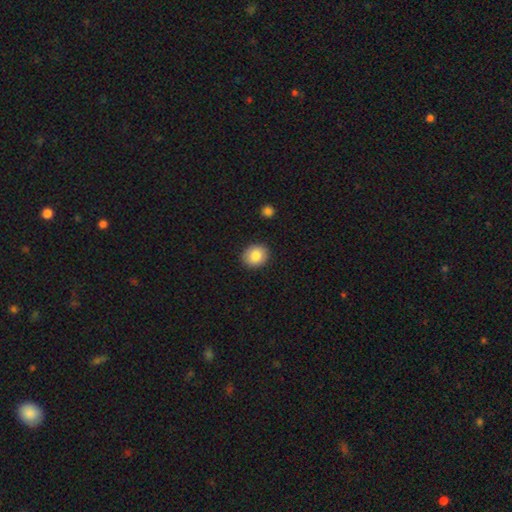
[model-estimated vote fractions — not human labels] A smooth galaxy with no disk features (84%) that is round (70%). Merging: none (90%).